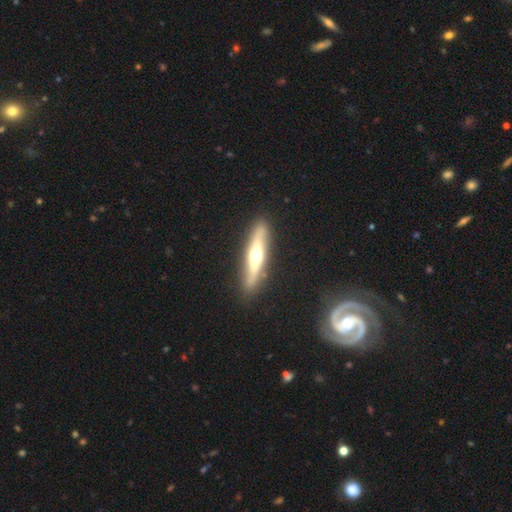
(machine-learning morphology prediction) Overall: featured or disk (60%; smooth 34%). Edge-on disk: yes (89%). Edge-on bulge: rounded (90%). Merging: none (88%).